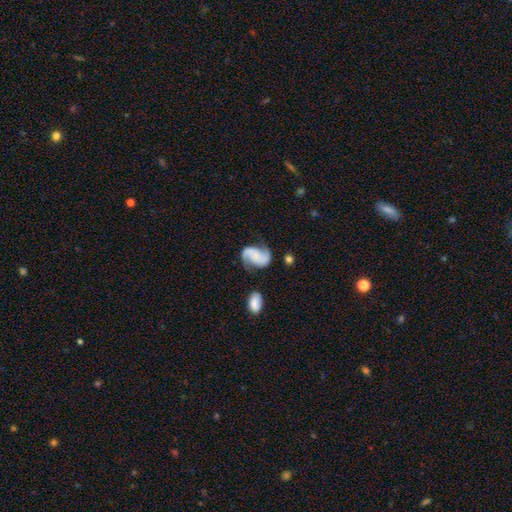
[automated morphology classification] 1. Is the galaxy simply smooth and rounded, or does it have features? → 79% featured or disk, 14% smooth, 6% star or artifact.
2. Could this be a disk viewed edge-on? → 98% no, 2% yes.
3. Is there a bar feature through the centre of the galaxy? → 63% no, 27% weak, 9% strong.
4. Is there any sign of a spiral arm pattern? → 96% yes, 4% no.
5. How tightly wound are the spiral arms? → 44% medium, 39% loose, 18% tight.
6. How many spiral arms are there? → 92% 2, 3% can't tell, 2% 1, 1% 3, 1% 4, 1% more than 4.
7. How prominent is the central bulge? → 48% none, 31% small, 14% moderate, 5% large, 2% dominant.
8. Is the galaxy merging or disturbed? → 67% none, 19% minor disturbance, 9% major disturbance, 4% merger.